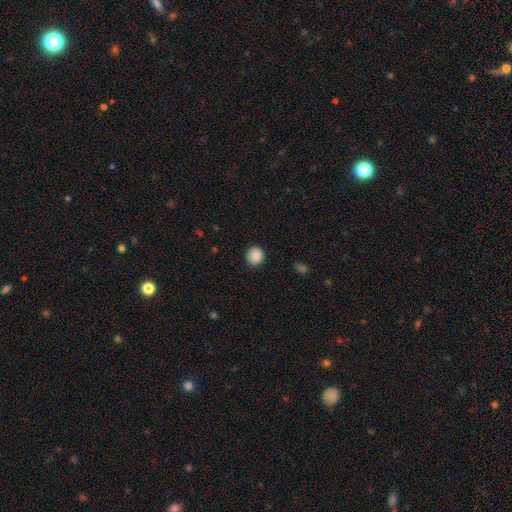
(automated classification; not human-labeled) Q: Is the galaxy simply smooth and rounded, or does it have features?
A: smooth — 88%.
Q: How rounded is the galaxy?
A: round — 87%.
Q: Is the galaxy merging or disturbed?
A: none — 89%.